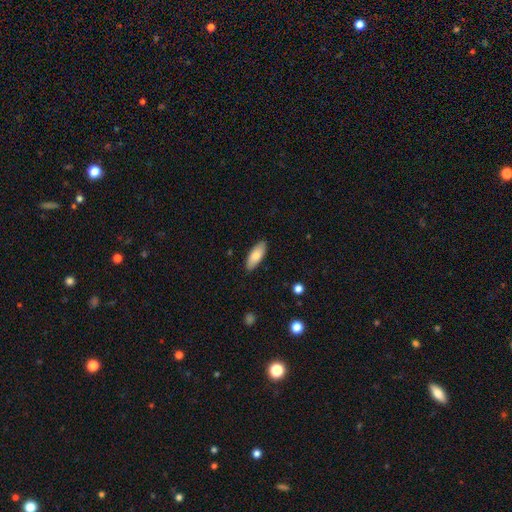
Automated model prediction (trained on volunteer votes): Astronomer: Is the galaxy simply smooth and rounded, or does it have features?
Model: smooth — 80%.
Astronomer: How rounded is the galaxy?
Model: in between — 78%.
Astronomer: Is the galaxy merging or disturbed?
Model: none — 87%.